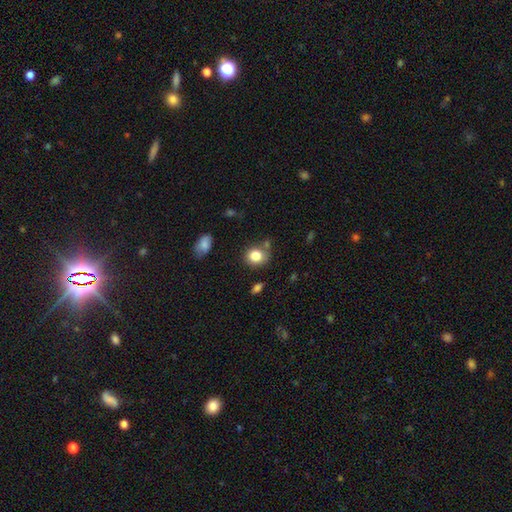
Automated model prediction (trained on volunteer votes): Smooth or featured: smooth — 83% (star or artifact — 10%)
How rounded: round — 72% (in between — 27%)
Merging: none — 71% (minor disturbance — 16%)